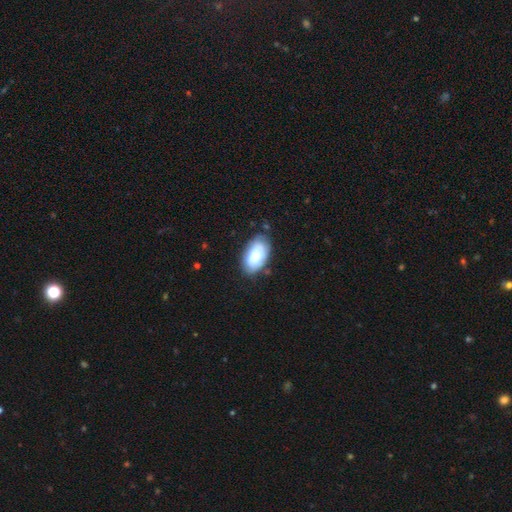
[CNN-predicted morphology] type=smooth (71%); roundness=in between (94%); merging=none (69%).